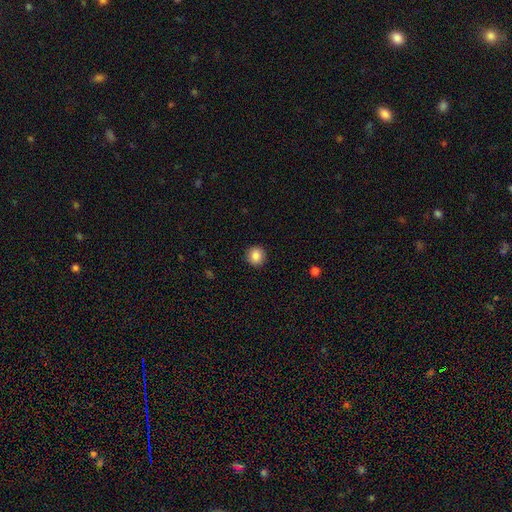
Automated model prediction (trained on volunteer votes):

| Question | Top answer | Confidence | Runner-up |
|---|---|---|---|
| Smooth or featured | smooth | 86% | star or artifact (9%) |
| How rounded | round | 94% | in between (5%) |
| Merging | none | 92% | minor disturbance (5%) |